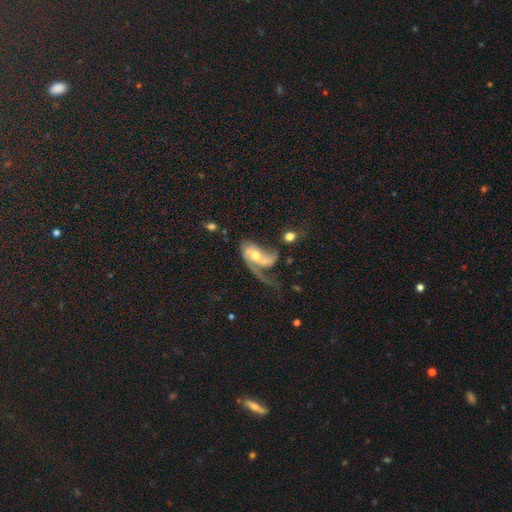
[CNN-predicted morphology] A featured or disk galaxy (71%) with no bar (57%), 1 (44%) loose (55%) spiral arms (83%) and a moderate central bulge (60%).

Vote fractions:
- Smooth or featured? featured or disk: 71% / smooth: 22% / star or artifact: 7%
- Edge-on disk? no: 95% / yes: 5%
- Bar? no: 57% / weak: 32% / strong: 11%
- Spiral arms? yes: 83% / no: 17%
- Spiral winding? loose: 55% / medium: 31% / tight: 14%
- Spiral arm count? 1: 44% / 2: 40% / can't tell: 10% / 3: 3% / 4: 1% / more than 4: 1%
- Bulge size? moderate: 60% / small: 29% / large: 6% / none: 3% / dominant: 1%
- Merging? major disturbance: 46% / merger: 22% / none: 19% / minor disturbance: 13%